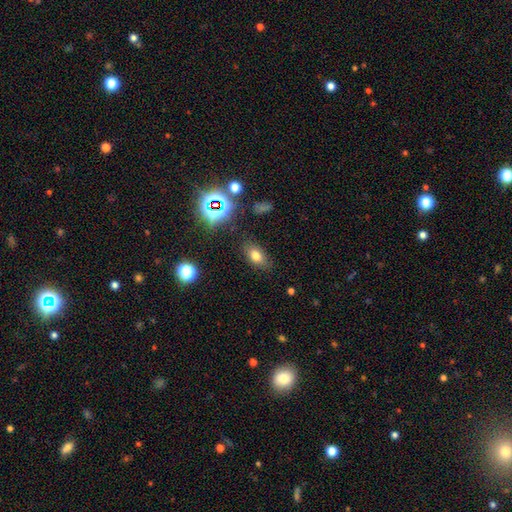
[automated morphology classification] smooth_or_featured: smooth (p=0.70) [alt: star or artifact p=0.18]
how_rounded: in between (p=0.83) [alt: round p=0.14]
merging: none (p=0.82) [alt: minor disturbance p=0.12]